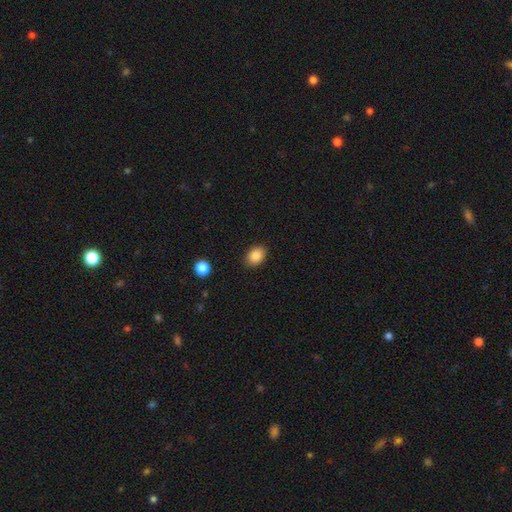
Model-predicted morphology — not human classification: Overall: smooth (86%). How rounded: in between (70%). Merging: none (88%).